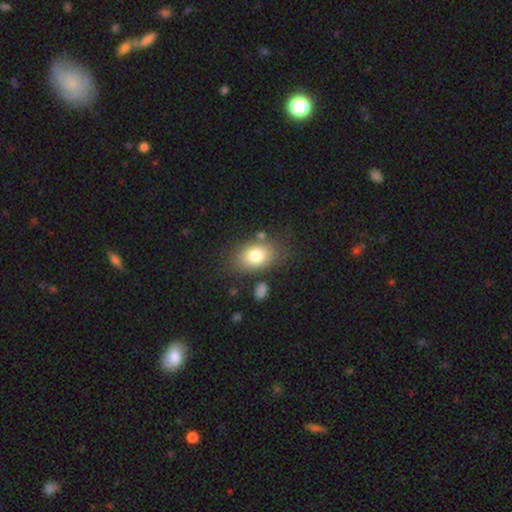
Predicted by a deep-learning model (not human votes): smooth_or_featured: smooth (p=0.79) [alt: featured or disk p=0.12]
how_rounded: in between (p=0.79) [alt: round p=0.20]
merging: none (p=0.73) [alt: minor disturbance p=0.15]